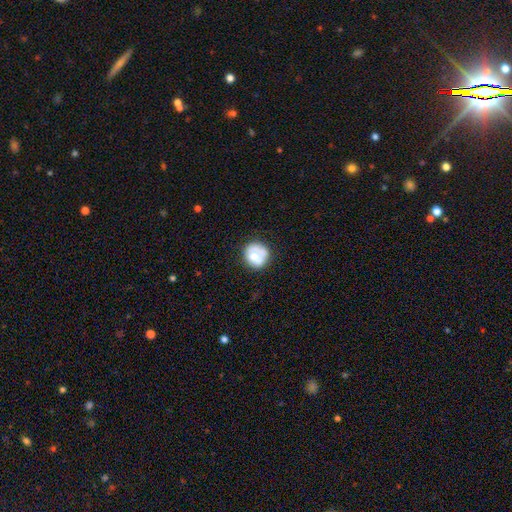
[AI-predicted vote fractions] This is likely a smooth galaxy (60%). How rounded: clearly round (84%). Merging: possibly none (57%).